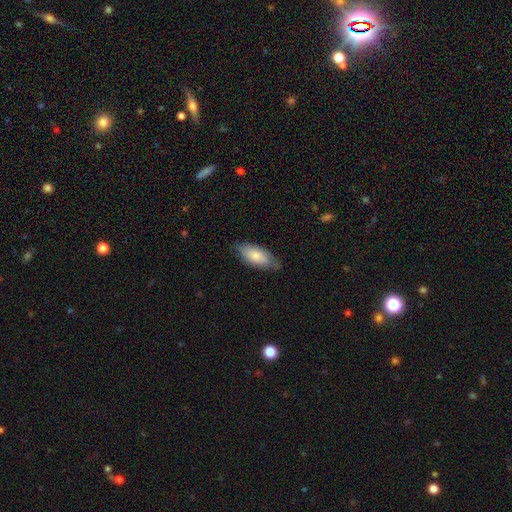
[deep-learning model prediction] Smooth or featured: smooth — 77% (featured or disk — 17%)
How rounded: in between — 86% (cigar-shaped — 12%)
Merging: none — 72% (minor disturbance — 23%)